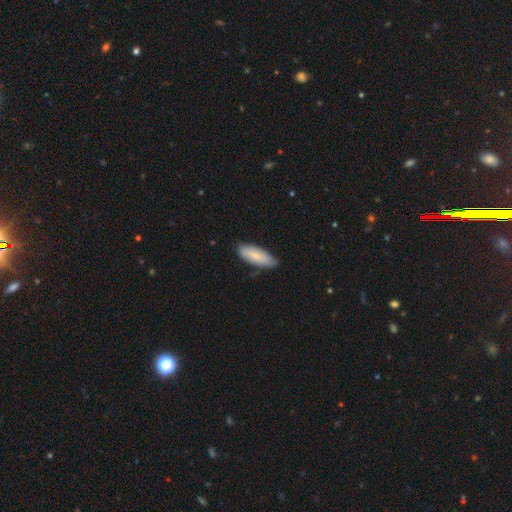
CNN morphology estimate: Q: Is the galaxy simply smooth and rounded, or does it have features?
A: smooth — 81%.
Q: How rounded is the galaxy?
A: in between — 72%.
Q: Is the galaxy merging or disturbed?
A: none — 80%.